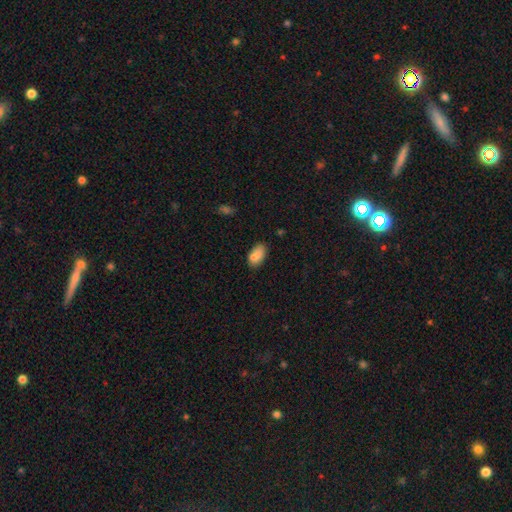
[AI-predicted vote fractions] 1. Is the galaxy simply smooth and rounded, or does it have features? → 84% smooth, 9% star or artifact, 7% featured or disk.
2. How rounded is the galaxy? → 92% in between, 5% round, 3% cigar-shaped.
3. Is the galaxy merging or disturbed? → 67% none, 23% minor disturbance, 6% merger, 5% major disturbance.